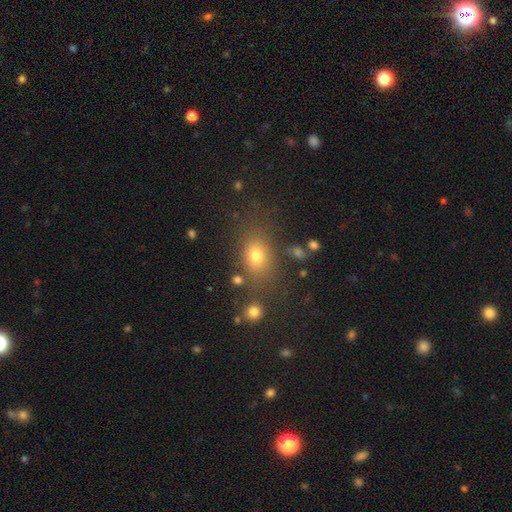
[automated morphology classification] This is likely a smooth galaxy (74%). How rounded: likely in between (64%). Merging: likely none (73%).